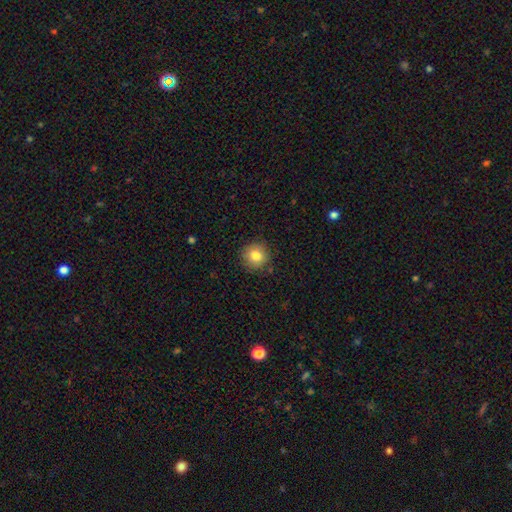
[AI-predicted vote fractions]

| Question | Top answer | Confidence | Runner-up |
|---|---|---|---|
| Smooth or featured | smooth | 82% | star or artifact (10%) |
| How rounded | round | 93% | in between (6%) |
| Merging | none | 88% | minor disturbance (9%) |